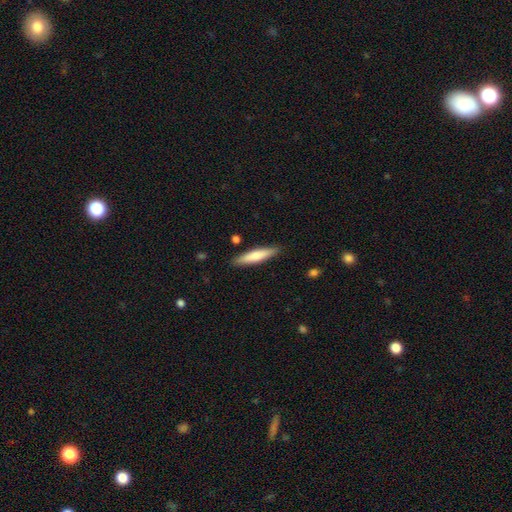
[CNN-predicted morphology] smooth 68%, featured or disk 27%, star or artifact 5%. Down the decision tree: how rounded — cigar-shaped (86%); merging — none (89%).